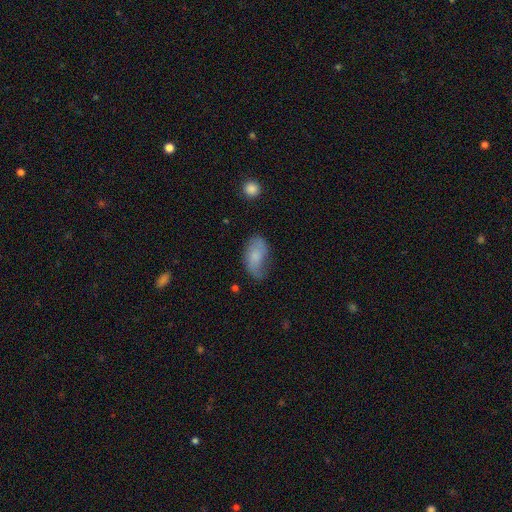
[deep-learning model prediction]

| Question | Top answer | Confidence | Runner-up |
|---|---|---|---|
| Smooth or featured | smooth | 70% | featured or disk (22%) |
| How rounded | in between | 93% | round (4%) |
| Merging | none | 49% | minor disturbance (34%) |